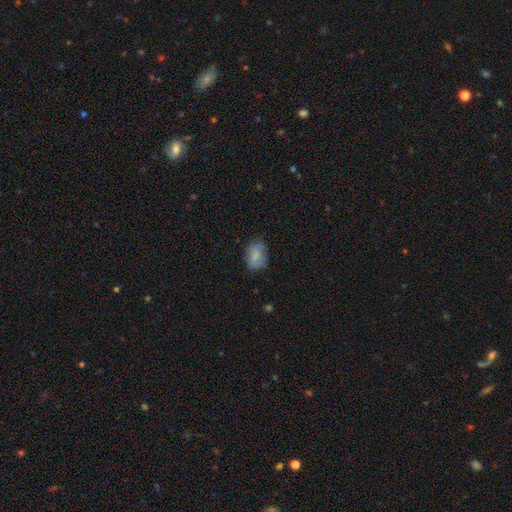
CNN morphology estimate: Smooth or featured? Predicted: smooth (p=0.75). How rounded? Predicted: in between (p=0.78). Merging? Predicted: none (p=0.67).